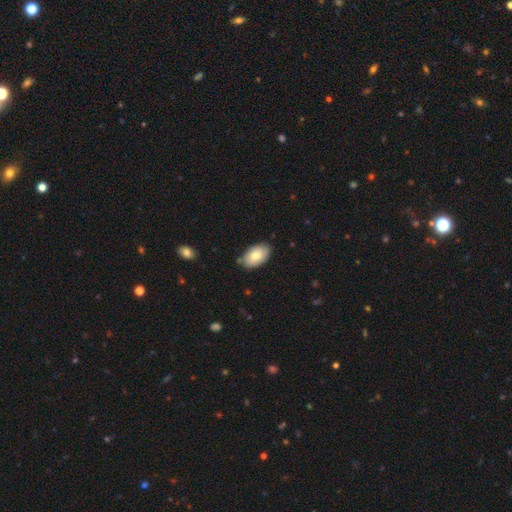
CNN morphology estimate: A smooth galaxy with no disk features (77%) that is in between round and cigar-shaped (94%). Merging: none (82%).